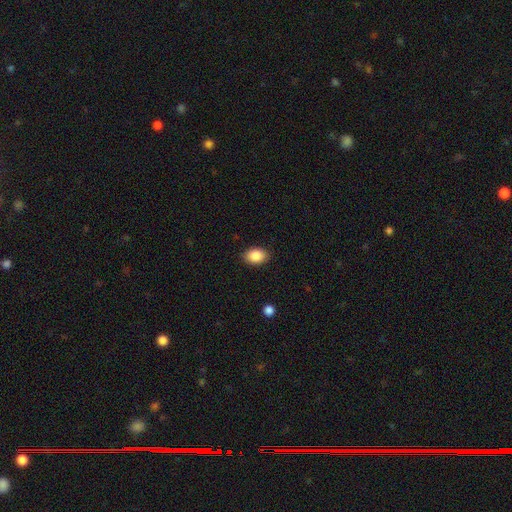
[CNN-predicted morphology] smooth 88%, star or artifact 8%, featured or disk 5%. Down the decision tree: how rounded — in between (80%); merging — none (88%).